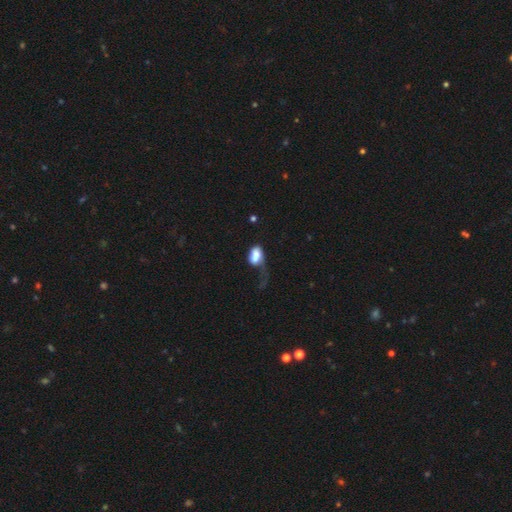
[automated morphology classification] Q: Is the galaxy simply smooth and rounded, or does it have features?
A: smooth — 73%.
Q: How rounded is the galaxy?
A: in between — 87%.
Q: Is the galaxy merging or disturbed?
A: major disturbance — 56%.